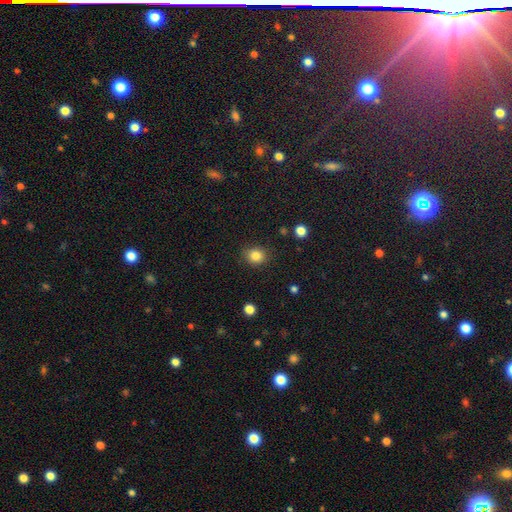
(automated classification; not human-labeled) Morphology: type=smooth (84%); roundness=round (75%); merging=none (86%).